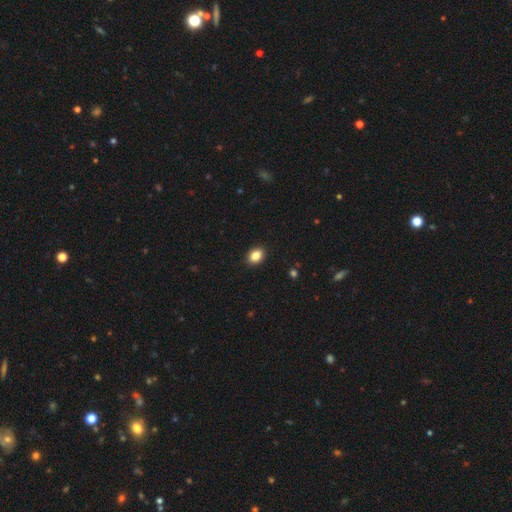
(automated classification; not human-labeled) smooth_or_featured: smooth (p=0.86) [alt: star or artifact p=0.09]
how_rounded: in between (p=0.72) [alt: round p=0.26]
merging: none (p=0.90) [alt: minor disturbance p=0.07]